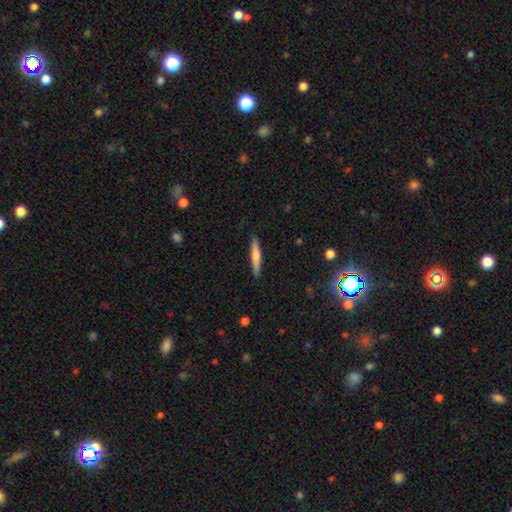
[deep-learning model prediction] This appears to be a smooth galaxy with no disk features (65%) that is cigar-shaped (93%). Merging: none (89%).